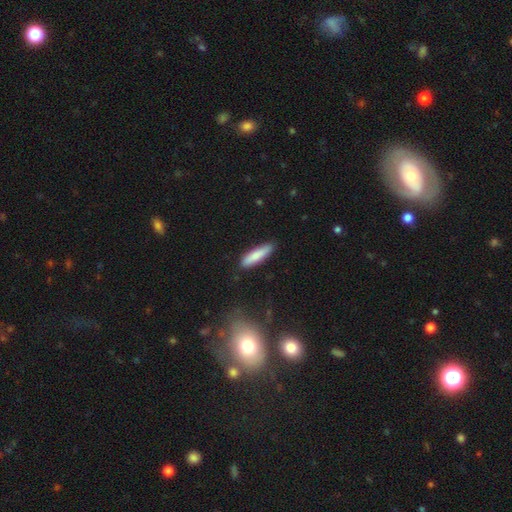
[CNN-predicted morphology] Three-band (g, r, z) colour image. It shows a smooth galaxy with no disk features (81%) that is cigar-shaped (74%). Merging: none (86%).